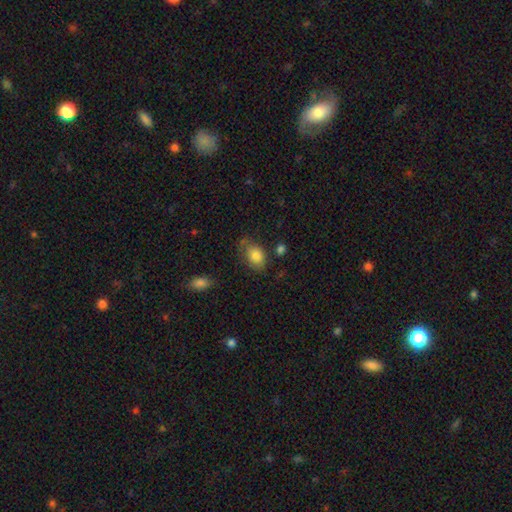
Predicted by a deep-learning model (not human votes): Morphology: type=smooth (82%); roundness=in between (81%); merging=none (59%).